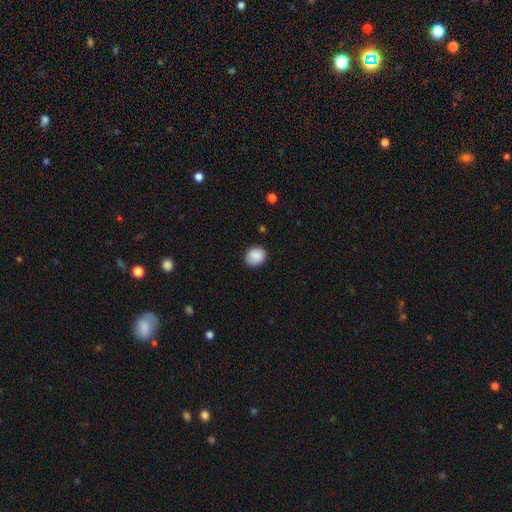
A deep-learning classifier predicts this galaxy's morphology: Smooth or featured? smooth (86%)
How rounded? round (66%)
Merging? none (82%)